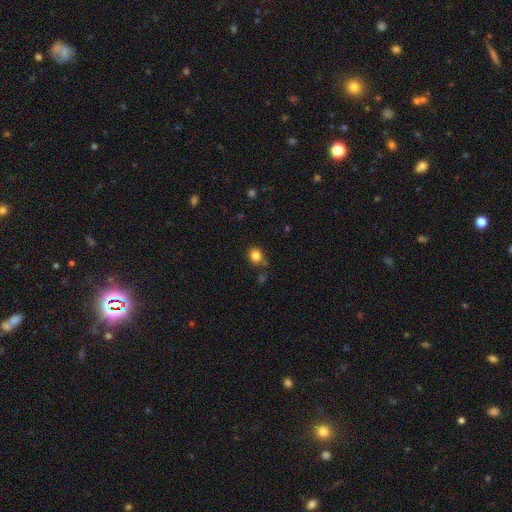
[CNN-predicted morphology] This appears to be a smooth galaxy with no disk features (83%) that is round (79%). Merging: none (73%).